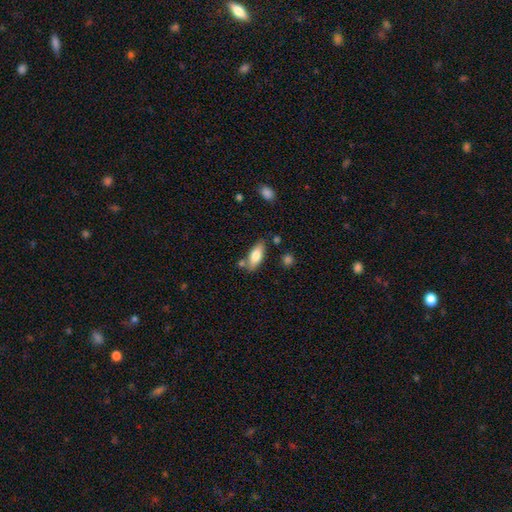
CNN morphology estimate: Smooth or featured: smooth — 77% (featured or disk — 17%)
How rounded: in between — 80% (cigar-shaped — 18%)
Merging: none — 73% (minor disturbance — 15%)